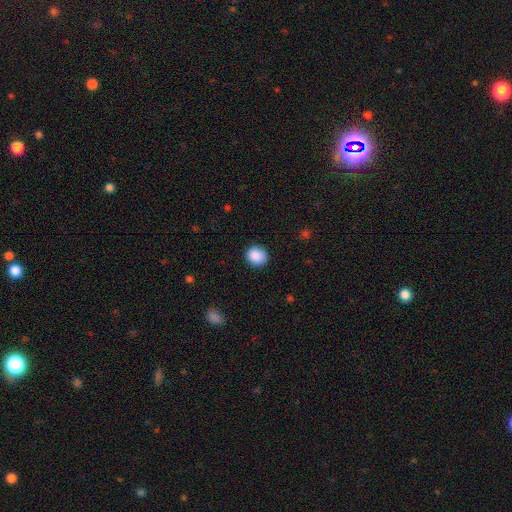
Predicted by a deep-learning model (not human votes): This is clearly a smooth galaxy (89%). How rounded: likely round (76%). Merging: clearly none (86%).